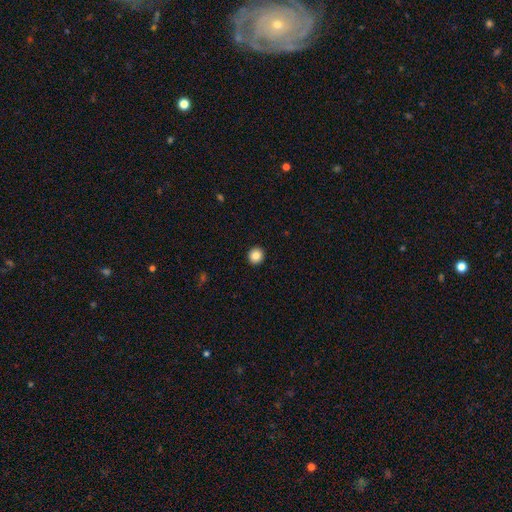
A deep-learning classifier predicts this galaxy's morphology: type=smooth (86%); roundness=round (91%); merging=none (93%).